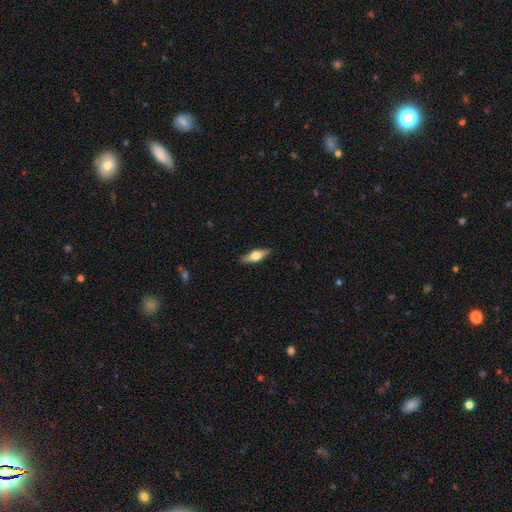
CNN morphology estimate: featured or disk 48%, smooth 46%, star or artifact 6%. Down the decision tree: merging — none (88%).